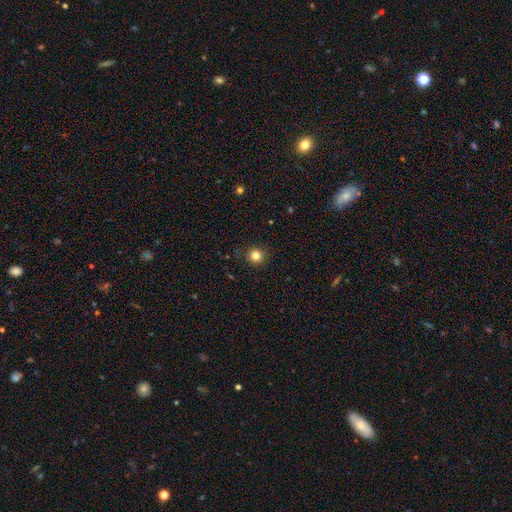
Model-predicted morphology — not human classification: A smooth galaxy with no disk features (83%) that is round (94%). Merging: none (91%).